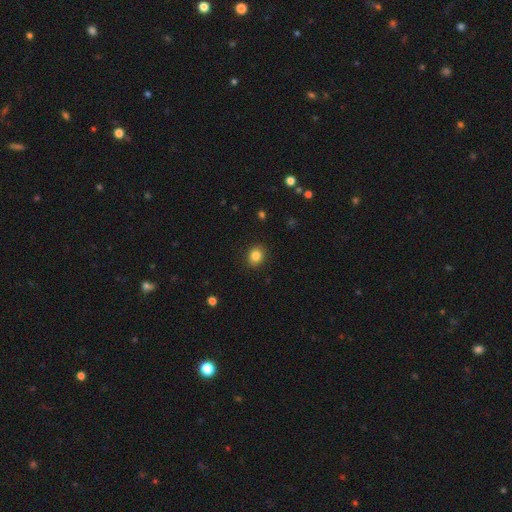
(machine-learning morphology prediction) smooth 84%, star or artifact 10%, featured or disk 6%. Down the decision tree: how rounded — round (66%); merging — none (90%).